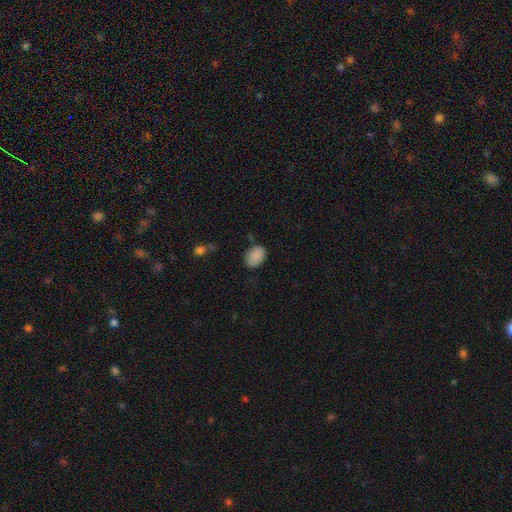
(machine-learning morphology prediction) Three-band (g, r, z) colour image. It shows a smooth galaxy with no disk features (88%) that is in between round and cigar-shaped (79%). Merging: none (73%).